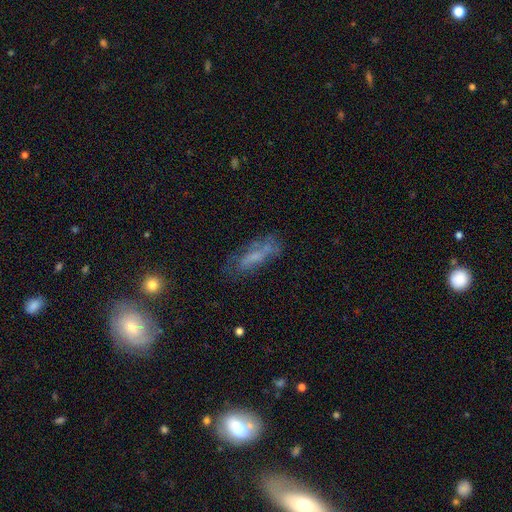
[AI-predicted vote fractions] A smooth galaxy with no disk features (44%, tied with featured or disk).

Vote fractions:
- Smooth or featured? smooth: 44% (tied) / featured or disk: 44% (tied) / star or artifact: 13%
- Merging? none: 53% / minor disturbance: 25% / major disturbance: 17% / merger: 5%